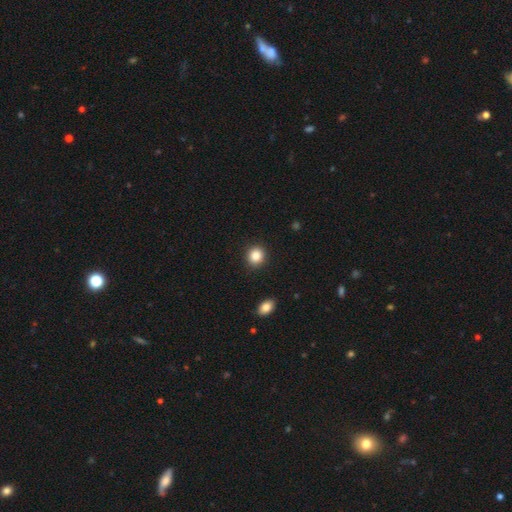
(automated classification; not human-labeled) A smooth galaxy with no disk features (86%) that is round (84%). Merging: none (91%).